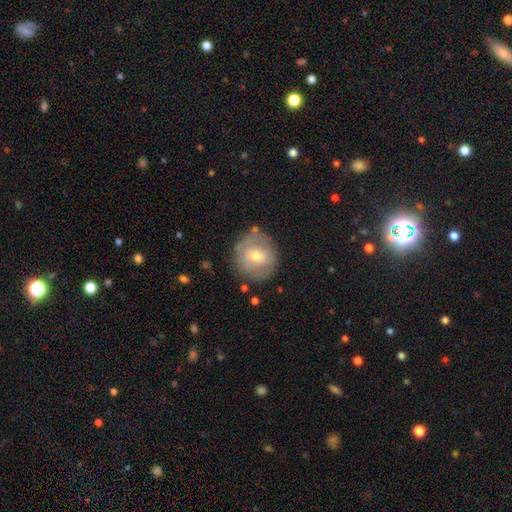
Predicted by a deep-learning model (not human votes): smooth_or_featured: smooth (p=0.48) [alt: featured or disk p=0.44]
merging: none (p=0.78) [alt: minor disturbance p=0.14]